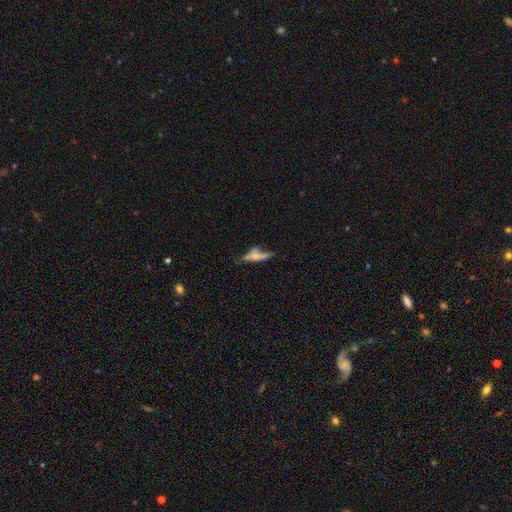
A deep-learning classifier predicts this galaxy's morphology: Overall: smooth (47%; featured or disk 43%). Merging: none (42%; merger 23%).